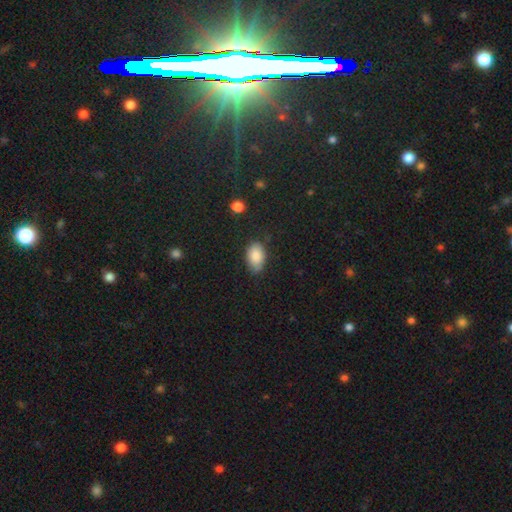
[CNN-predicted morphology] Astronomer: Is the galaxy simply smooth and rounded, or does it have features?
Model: smooth — 85%.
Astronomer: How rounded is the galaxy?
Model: in between — 89%.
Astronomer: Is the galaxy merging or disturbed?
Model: none — 71%.